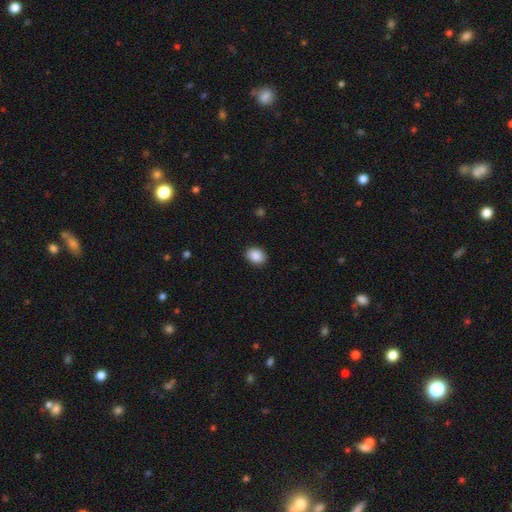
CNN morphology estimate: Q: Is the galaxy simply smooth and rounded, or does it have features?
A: smooth — 89%.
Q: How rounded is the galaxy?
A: in between — 66%.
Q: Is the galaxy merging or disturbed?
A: none — 90%.